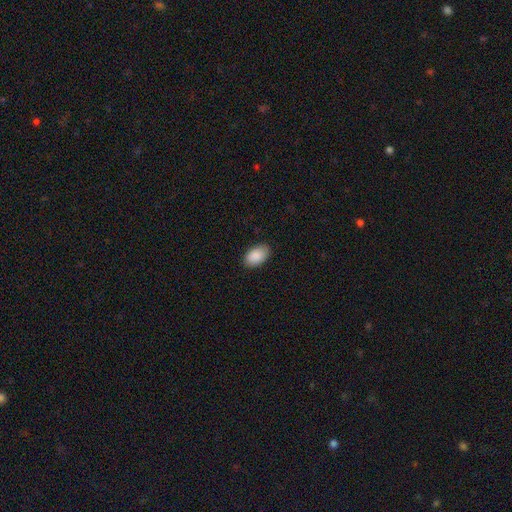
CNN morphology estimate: A smooth galaxy with no disk features (90%) that is in between round and cigar-shaped (93%). Merging: none (86%).